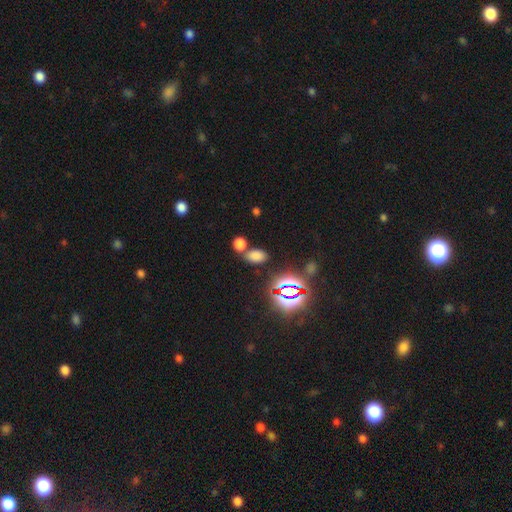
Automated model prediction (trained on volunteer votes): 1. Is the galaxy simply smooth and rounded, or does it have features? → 70% smooth, 24% star or artifact, 6% featured or disk.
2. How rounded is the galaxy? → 88% in between, 10% round, 2% cigar-shaped.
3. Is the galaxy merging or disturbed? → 65% none, 21% merger, 10% minor disturbance, 4% major disturbance.